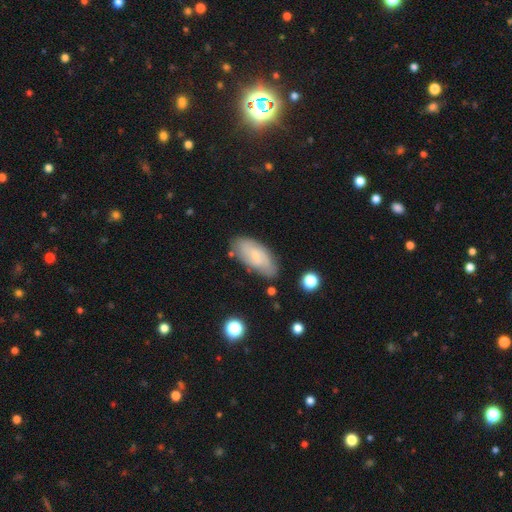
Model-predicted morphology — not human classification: A smooth galaxy with no disk features (48%).

Vote fractions:
- Smooth or featured? smooth: 48% / featured or disk: 44% / star or artifact: 7%
- Merging? none: 71% / minor disturbance: 21% / major disturbance: 5% / merger: 3%